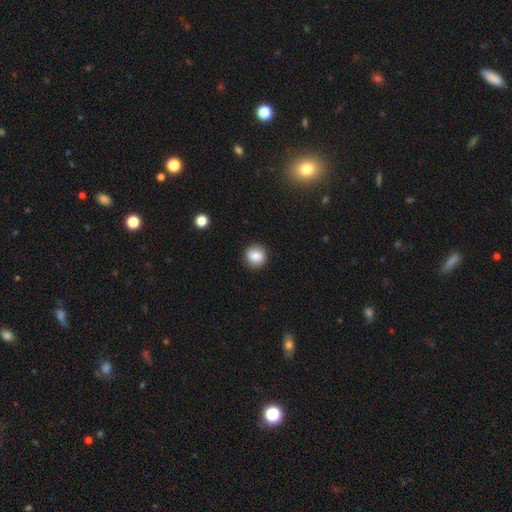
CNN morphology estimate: smooth-or-featured: smooth: 81% | featured or disk: 10% | star or artifact: 9%
  how-rounded: round: 86% | in between: 13% | cigar-shaped: 1%
  merging: none: 87% | minor disturbance: 9% | major disturbance: 2% | merger: 1%